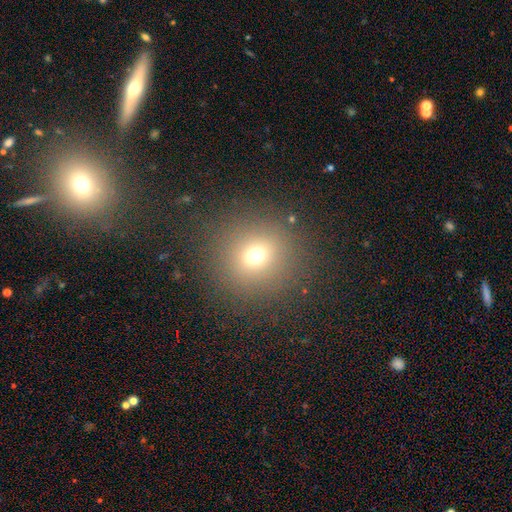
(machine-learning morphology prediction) smooth_or_featured: smooth (p=0.69) [alt: star or artifact p=0.20]
how_rounded: round (p=0.89) [alt: in between p=0.10]
merging: none (p=0.86) [alt: minor disturbance p=0.07]